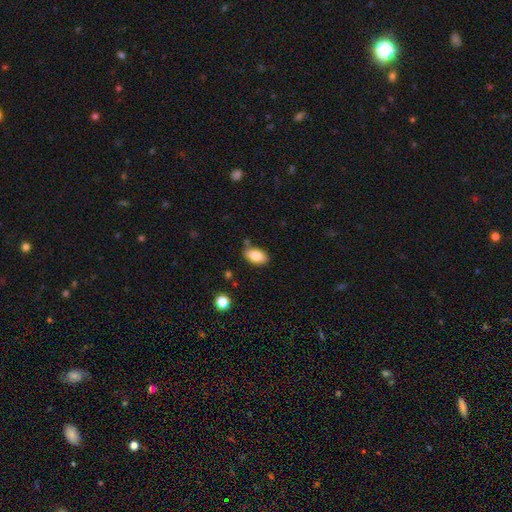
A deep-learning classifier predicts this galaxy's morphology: A smooth galaxy with no disk features (84%) that is in between round and cigar-shaped (93%).

Vote fractions:
- Smooth or featured? smooth: 84% / featured or disk: 8% / star or artifact: 7%
- How rounded? in between: 93% / round: 5% / cigar-shaped: 2%
- Merging? none: 76% / minor disturbance: 15% / merger: 5% / major disturbance: 3%